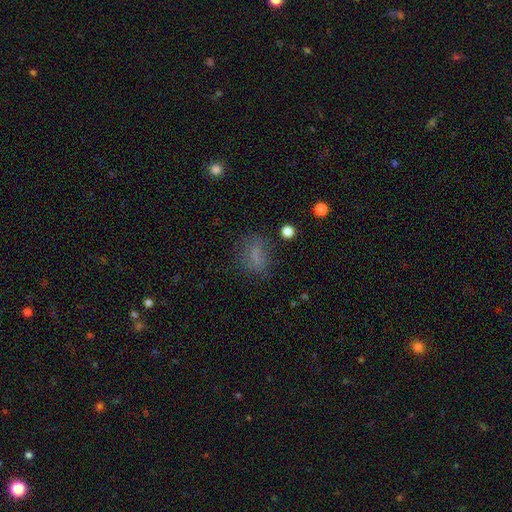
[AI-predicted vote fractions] Smooth or featured? smooth (67%)
How rounded? in between (66%)
Merging? none (66%)